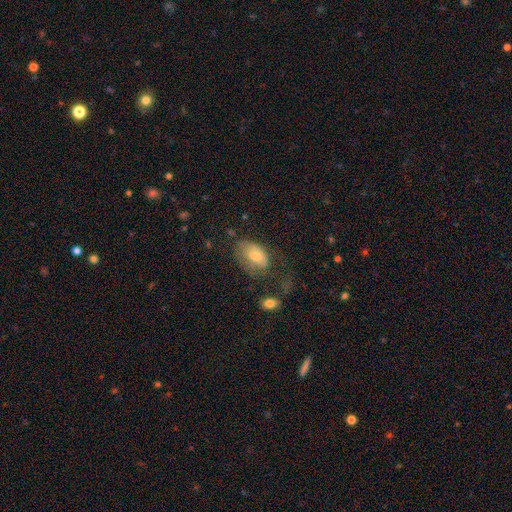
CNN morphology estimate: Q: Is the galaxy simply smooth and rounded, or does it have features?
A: smooth — 64%.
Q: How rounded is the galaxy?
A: in between — 89%.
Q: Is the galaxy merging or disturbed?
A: none — 38%.